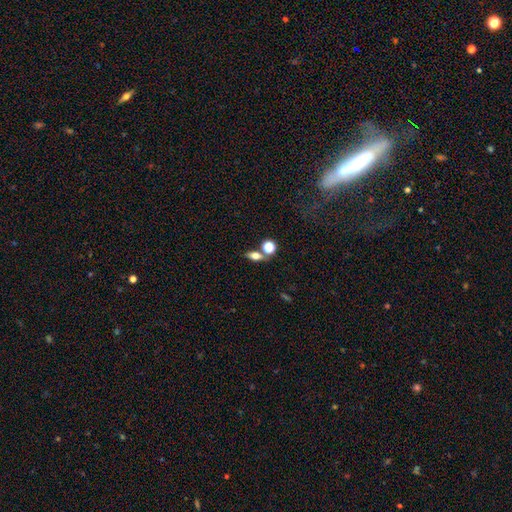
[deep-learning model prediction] Smooth or featured? Predicted: smooth (p=0.68). How rounded? Predicted: in between (p=0.70). Merging? Predicted: none (p=0.64).